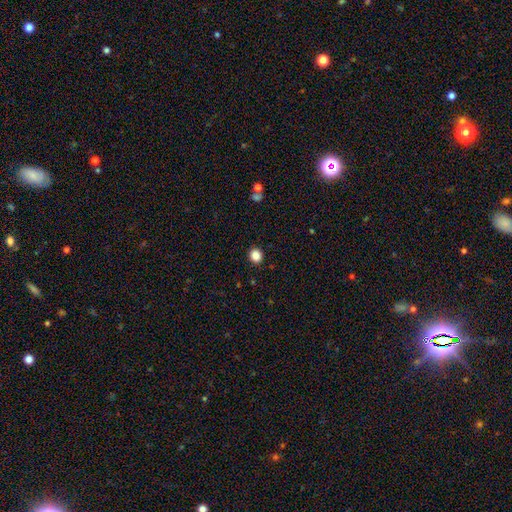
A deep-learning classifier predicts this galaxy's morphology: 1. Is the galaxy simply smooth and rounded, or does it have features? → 87% smooth, 10% star or artifact, 3% featured or disk.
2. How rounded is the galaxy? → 77% round, 22% in between, 1% cigar-shaped.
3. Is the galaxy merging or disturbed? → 91% none, 6% minor disturbance, 2% major disturbance, 1% merger.